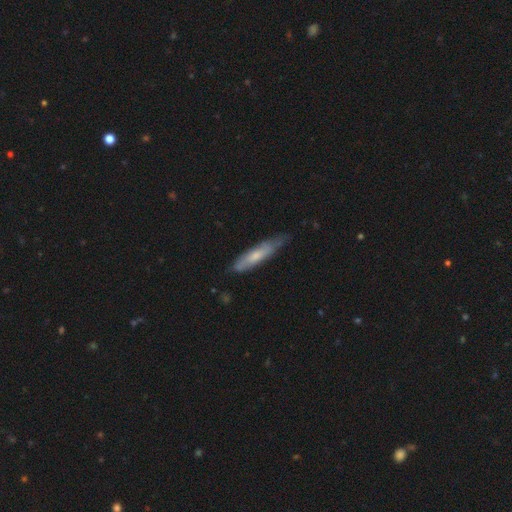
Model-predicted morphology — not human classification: type=smooth (56%); roundness=cigar-shaped (79%); merging=none (65%).